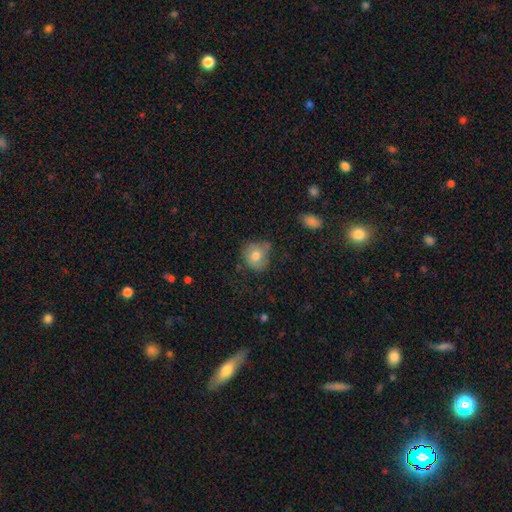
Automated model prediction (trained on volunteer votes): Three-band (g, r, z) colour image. It shows a smooth galaxy with no disk features (73%) that is round (72%). Merging: none (56%).